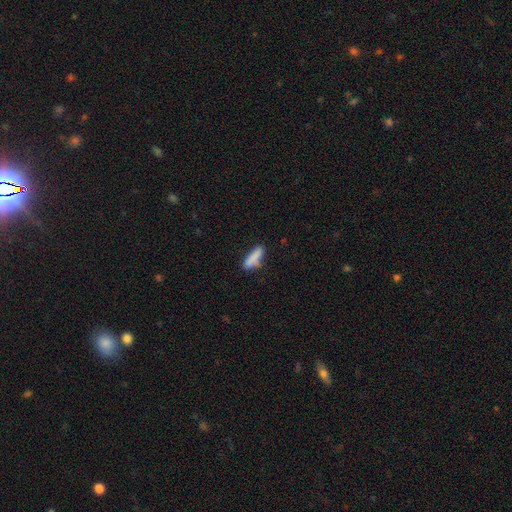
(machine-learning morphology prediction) Q: Smooth or featured?
A: smooth (84%); runner-up: featured or disk (9%)
Q: How rounded?
A: cigar-shaped (61%); runner-up: in between (37%)
Q: Merging?
A: none (68%); runner-up: minor disturbance (22%)